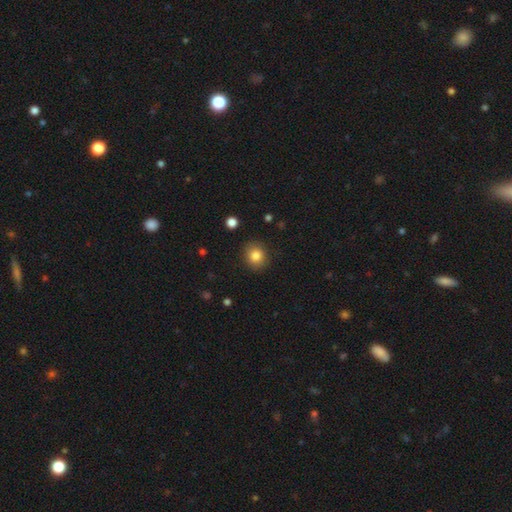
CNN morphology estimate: Smooth or featured: smooth — 84% (star or artifact — 10%)
How rounded: round — 79% (in between — 20%)
Merging: none — 88% (minor disturbance — 8%)